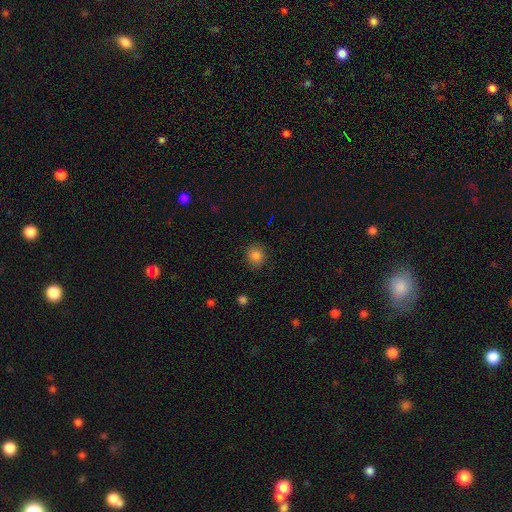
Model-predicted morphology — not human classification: This is clearly a smooth galaxy (84%). How rounded: clearly round (85%). Merging: clearly none (89%).